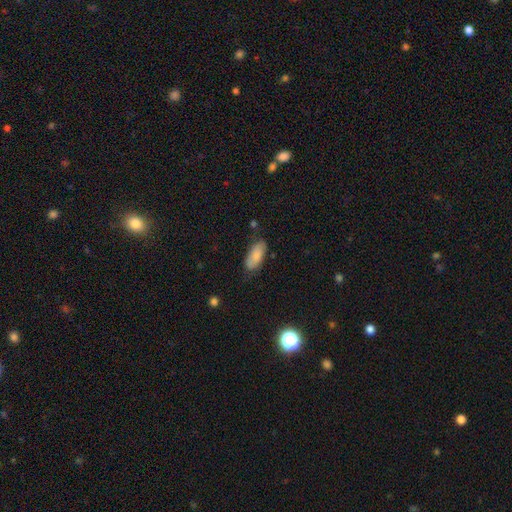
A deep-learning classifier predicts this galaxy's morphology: smooth_or_featured: smooth (p=0.84) [alt: featured or disk p=0.09]
how_rounded: in between (p=0.86) [alt: cigar-shaped p=0.12]
merging: none (p=0.74) [alt: minor disturbance p=0.20]